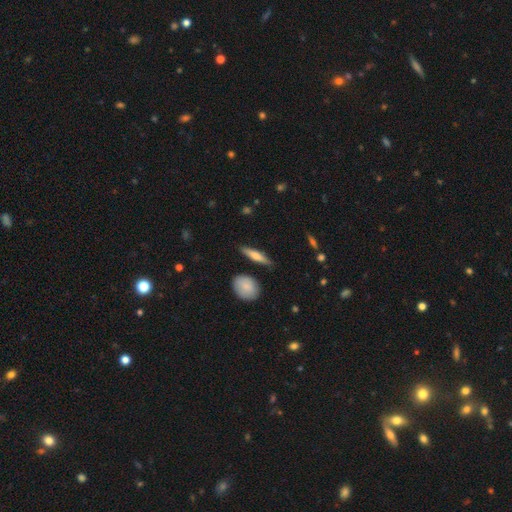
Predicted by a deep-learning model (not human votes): Smooth or featured: smooth — 55% (featured or disk — 39%)
How rounded: cigar-shaped — 71% (in between — 25%)
Merging: none — 84% (minor disturbance — 10%)